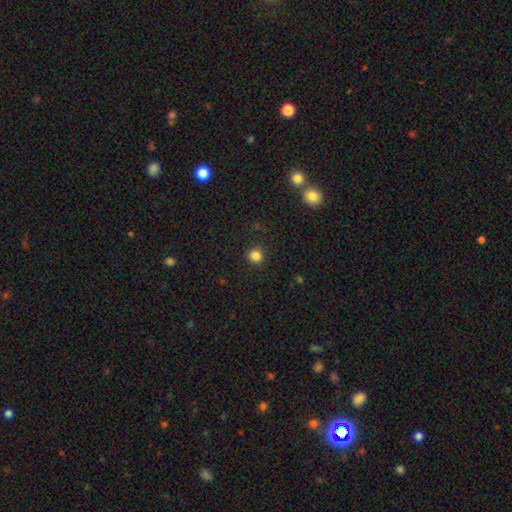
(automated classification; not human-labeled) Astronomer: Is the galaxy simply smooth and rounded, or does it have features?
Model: smooth — 84%.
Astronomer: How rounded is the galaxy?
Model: round — 94%.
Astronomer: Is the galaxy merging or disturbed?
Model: none — 91%.